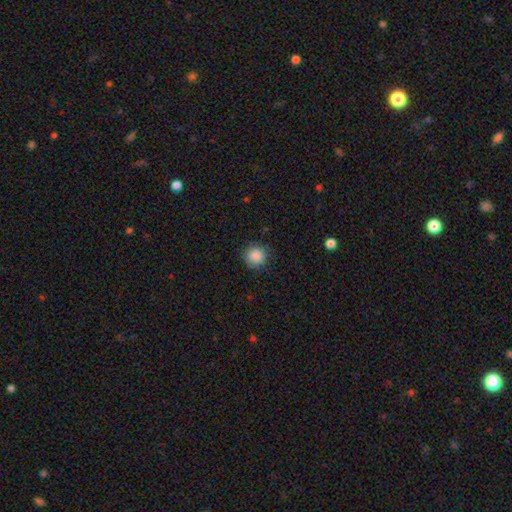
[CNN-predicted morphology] Smooth or featured: smooth — 88% (star or artifact — 9%)
How rounded: round — 94% (in between — 5%)
Merging: none — 88% (minor disturbance — 9%)